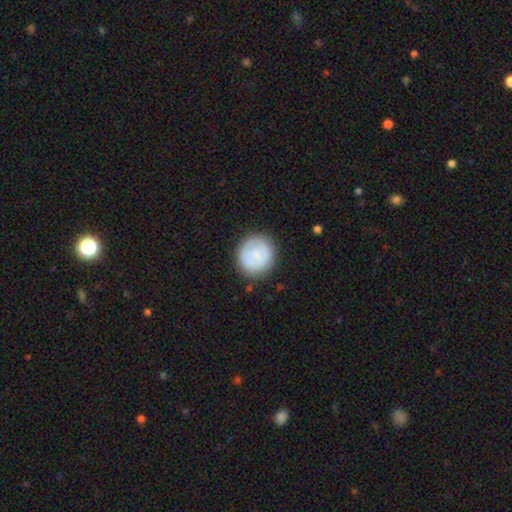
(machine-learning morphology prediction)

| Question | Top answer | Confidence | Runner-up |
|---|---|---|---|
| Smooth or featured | smooth | 64% | featured or disk (29%) |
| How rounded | round | 90% | in between (9%) |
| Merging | none | 83% | minor disturbance (11%) |